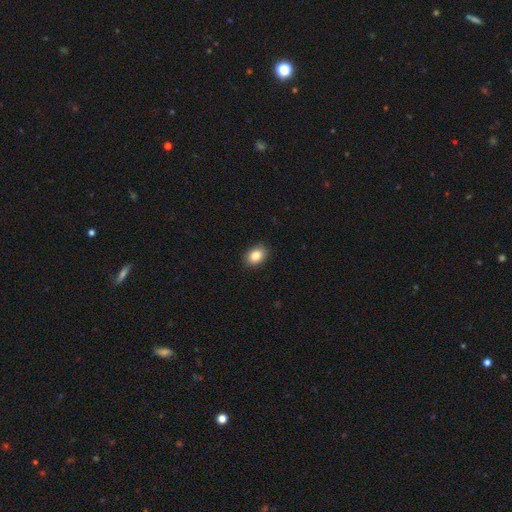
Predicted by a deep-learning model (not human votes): Smooth or featured?
  - smooth: 85% *
  - star or artifact: 9%
  - featured or disk: 6%
How rounded?
  - in between: 72% *
  - round: 27%
  - cigar-shaped: 1%
Merging?
  - none: 89% *
  - minor disturbance: 8%
  - major disturbance: 2%
  - merger: 1%